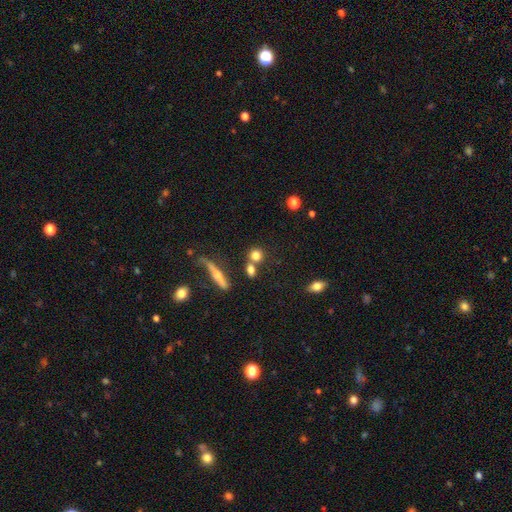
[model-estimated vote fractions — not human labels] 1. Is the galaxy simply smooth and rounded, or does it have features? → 75% smooth, 13% featured or disk, 12% star or artifact.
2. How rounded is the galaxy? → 81% round, 14% in between, 5% cigar-shaped.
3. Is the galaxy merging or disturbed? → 60% none, 26% merger, 10% minor disturbance, 5% major disturbance.